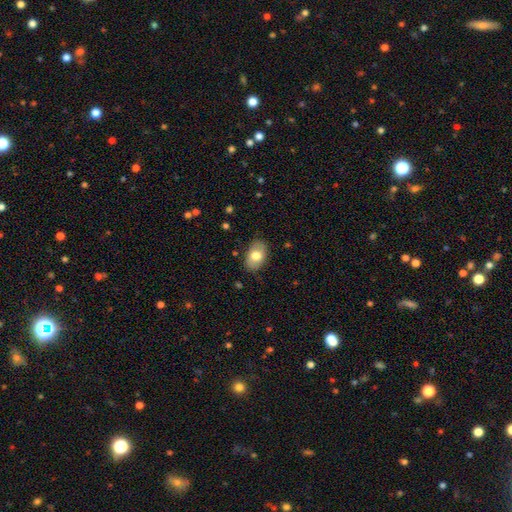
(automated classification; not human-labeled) Morphology: type=smooth (75%); roundness=in between (89%); merging=none (84%).